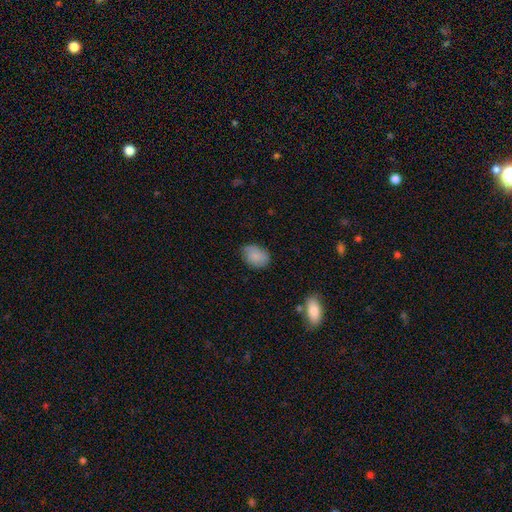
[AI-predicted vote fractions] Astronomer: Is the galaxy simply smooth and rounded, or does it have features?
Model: smooth — 81%.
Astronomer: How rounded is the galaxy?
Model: in between — 76%.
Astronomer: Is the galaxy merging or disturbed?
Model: none — 72%.